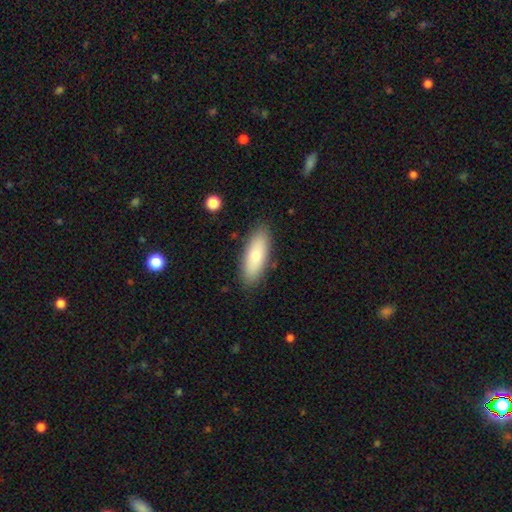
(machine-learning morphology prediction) A smooth galaxy with no disk features (74%) that is in between round and cigar-shaped (70%).

Vote fractions:
- Smooth or featured? smooth: 74% / featured or disk: 20% / star or artifact: 6%
- How rounded? in between: 70% / cigar-shaped: 28% / round: 2%
- Merging? none: 86% / minor disturbance: 10% / major disturbance: 2% / merger: 1%